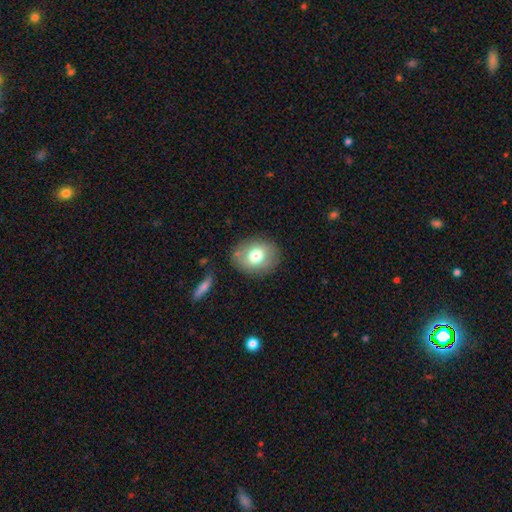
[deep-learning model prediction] Smooth or featured: smooth — 73% (featured or disk — 17%)
How rounded: round — 57% (in between — 42%)
Merging: none — 82% (minor disturbance — 11%)